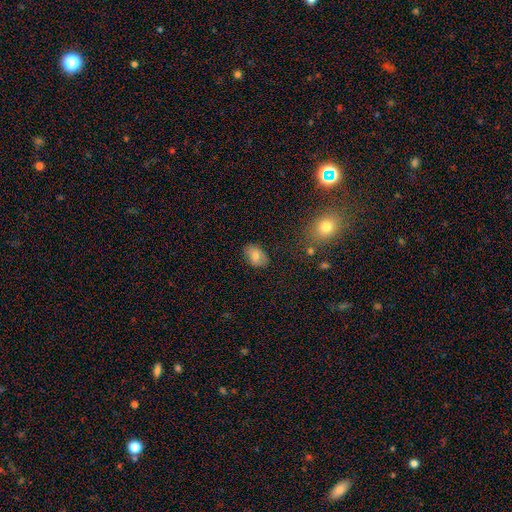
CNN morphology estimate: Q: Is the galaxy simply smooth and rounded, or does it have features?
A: smooth — 75%.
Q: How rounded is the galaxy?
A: in between — 84%.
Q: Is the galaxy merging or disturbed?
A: none — 81%.